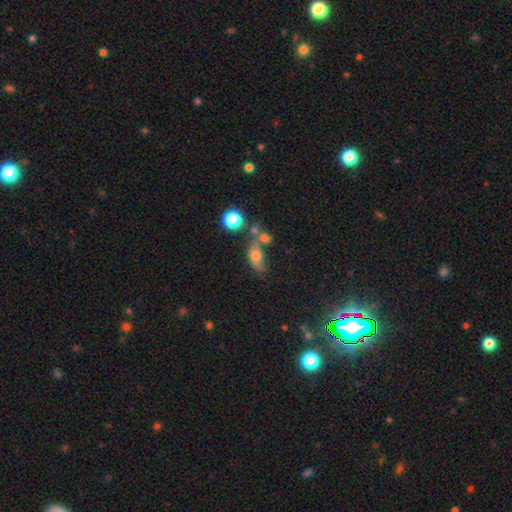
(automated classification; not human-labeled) smooth_or_featured: smooth (p=0.66) [alt: featured or disk p=0.21]
how_rounded: in between (p=0.75) [alt: round p=0.17]
merging: merger (p=0.33) [alt: none p=0.31]